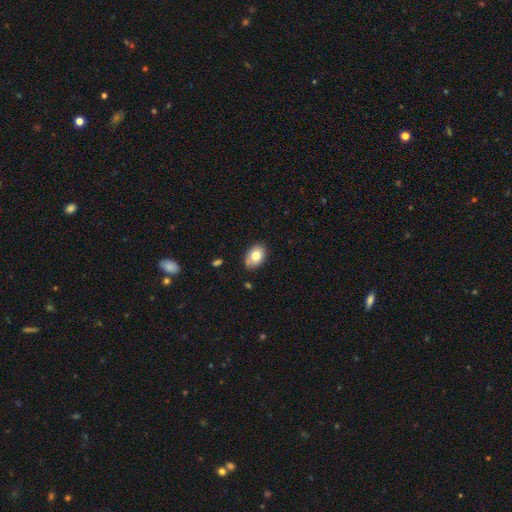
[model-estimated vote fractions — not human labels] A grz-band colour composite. It shows a smooth galaxy with no disk features (78%) that is in between round and cigar-shaped (82%). Merging: none (78%).